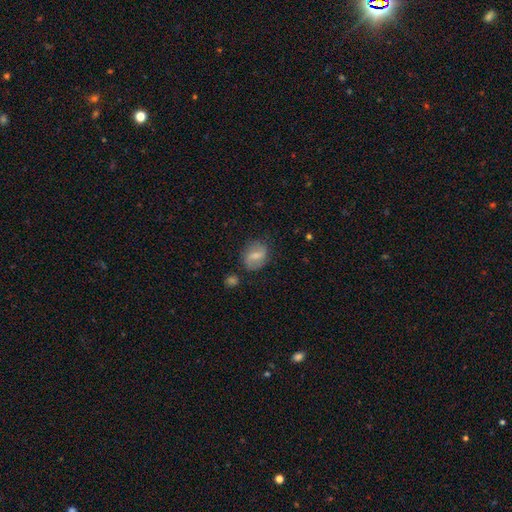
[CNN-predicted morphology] A smooth galaxy with no disk features (49%). Merging: none (74%).